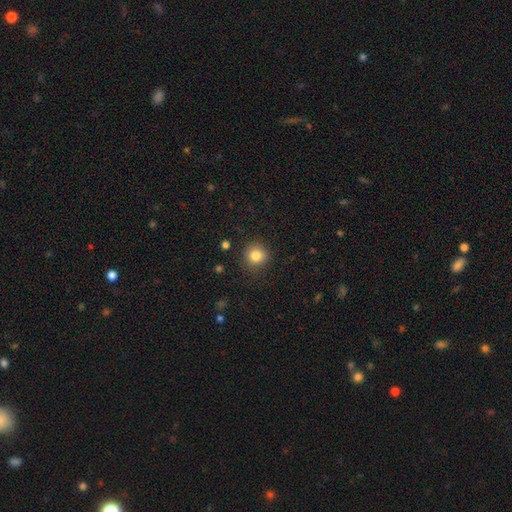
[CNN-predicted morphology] type=smooth (83%); roundness=round (86%); merging=none (86%).